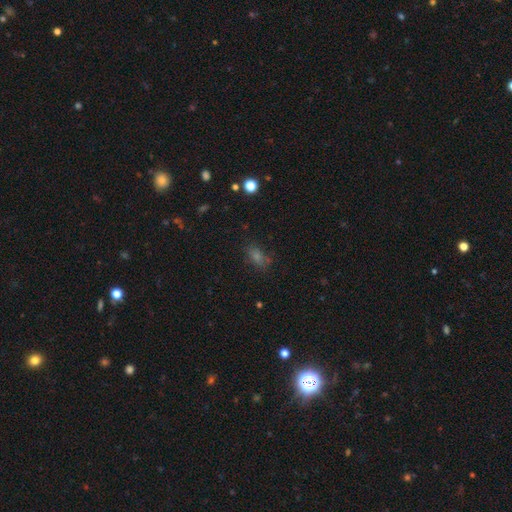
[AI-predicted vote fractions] smooth-or-featured: smooth: 54% | star or artifact: 33% | featured or disk: 13%
  how-rounded: in between: 75% | round: 20% | cigar-shaped: 6%
  merging: none: 74% | minor disturbance: 16% | major disturbance: 7% | merger: 3%